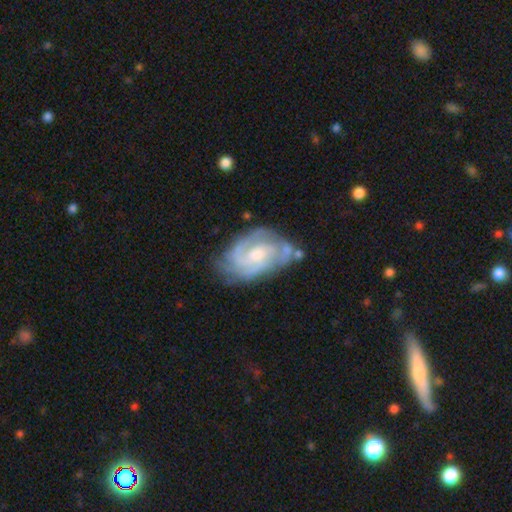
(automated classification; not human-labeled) This is clearly a featured or disk galaxy (83%). It is clearly not viewed edge-on (97%). Bar: possibly no (50%). Spiral arm pattern: clearly yes (94%). Spiral arm count: marginally 2 (37%). Spiral winding: possibly tight (54%). Central bulge: possibly moderate (49%). Merging: likely none (61%).